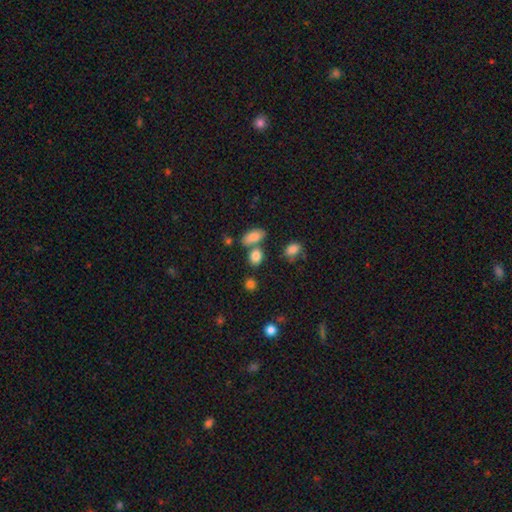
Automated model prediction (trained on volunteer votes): smooth_or_featured: smooth (p=0.83) [alt: star or artifact p=0.11]
how_rounded: in between (p=0.59) [alt: round p=0.39]
merging: none (p=0.60) [alt: merger p=0.24]